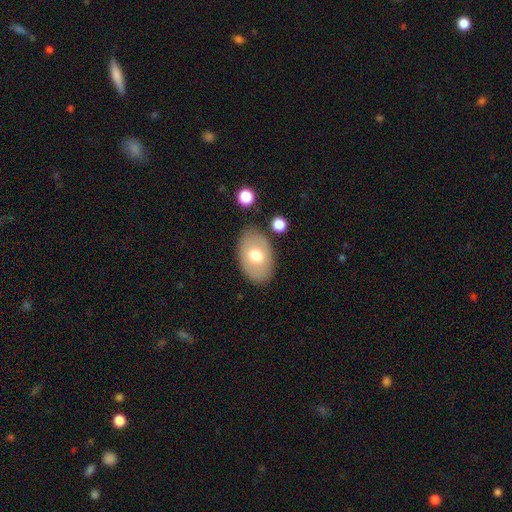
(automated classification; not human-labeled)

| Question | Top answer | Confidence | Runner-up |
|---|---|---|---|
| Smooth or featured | smooth | 65% | featured or disk (28%) |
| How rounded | in between | 86% | round (13%) |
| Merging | none | 81% | minor disturbance (12%) |